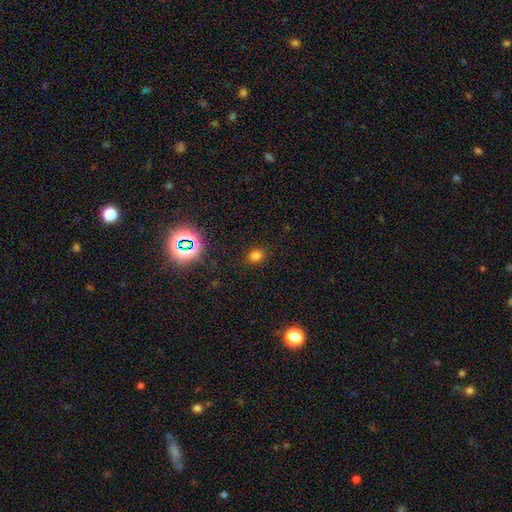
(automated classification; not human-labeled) A smooth galaxy with no disk features (75%) that is round (60%). Merging: none (86%).